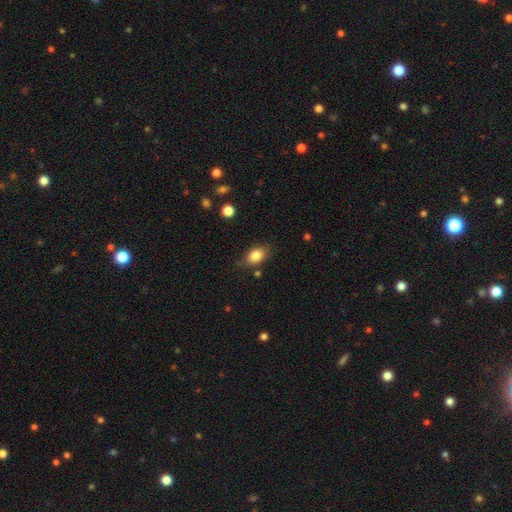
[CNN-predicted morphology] A smooth galaxy with no disk features (84%) that is in between round and cigar-shaped (79%). Merging: none (75%).